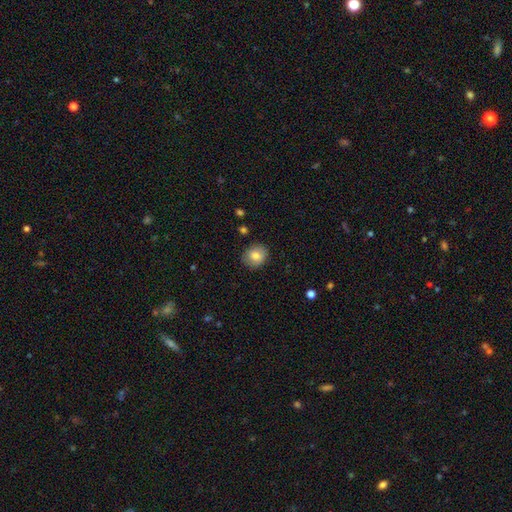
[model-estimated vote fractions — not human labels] Overall: smooth (80%). How rounded: round (73%). Merging: none (86%).